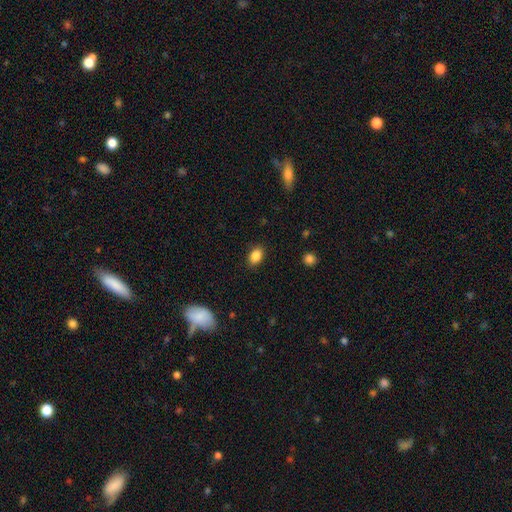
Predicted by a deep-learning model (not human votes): smooth_or_featured: smooth (p=0.87) [alt: star or artifact p=0.09]
how_rounded: in between (p=0.83) [alt: round p=0.15]
merging: none (p=0.87) [alt: minor disturbance p=0.10]